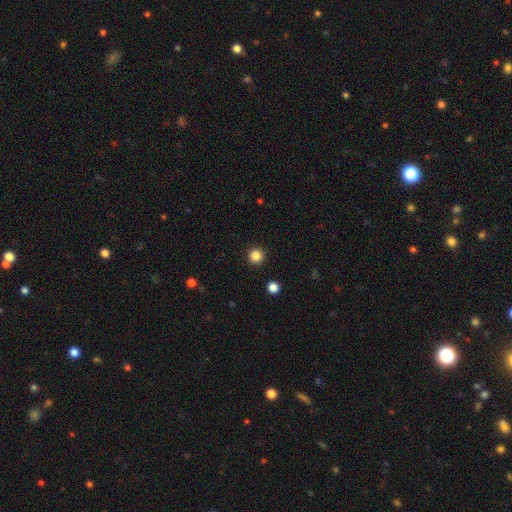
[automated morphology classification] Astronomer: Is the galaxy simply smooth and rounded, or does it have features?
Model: smooth — 85%.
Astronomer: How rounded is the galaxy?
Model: round — 96%.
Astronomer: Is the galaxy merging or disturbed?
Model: none — 93%.